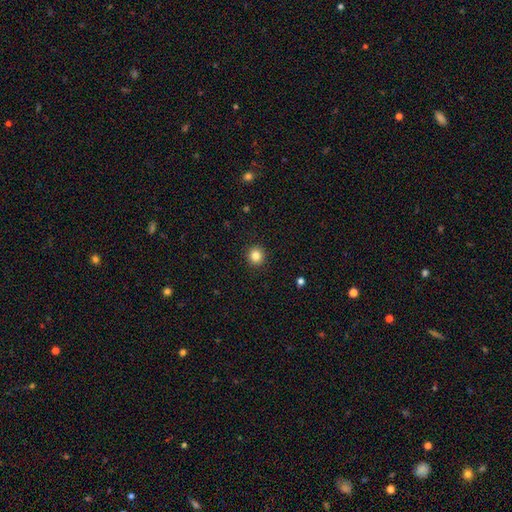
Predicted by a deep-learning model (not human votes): Overall: smooth (84%). How rounded: round (92%). Merging: none (92%).